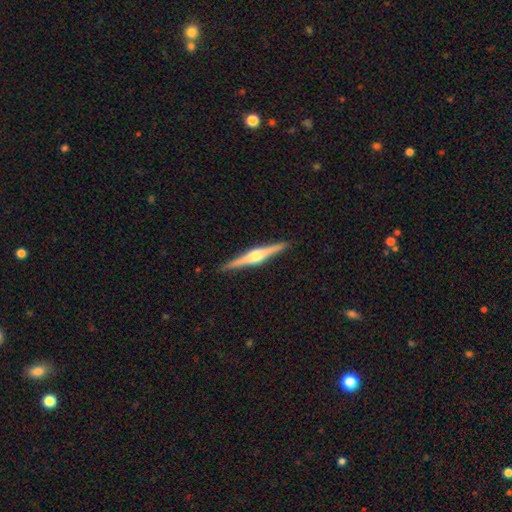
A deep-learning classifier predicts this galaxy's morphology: A featured or disk galaxy (82%) viewed edge-on (99%) with a rounded central bulge (89%). Merging: none (92%).